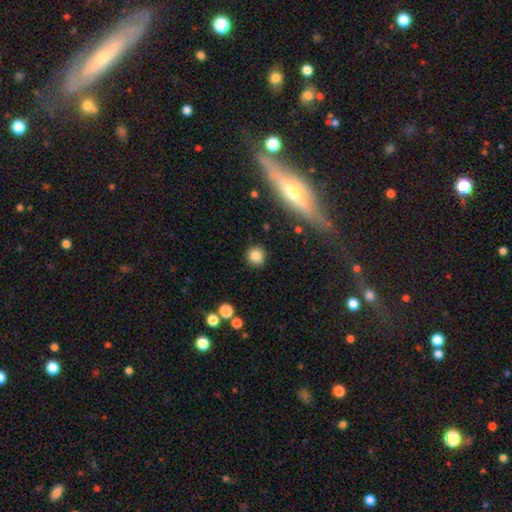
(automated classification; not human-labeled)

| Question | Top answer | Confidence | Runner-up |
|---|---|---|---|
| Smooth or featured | smooth | 82% | star or artifact (11%) |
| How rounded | round | 90% | in between (9%) |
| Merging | none | 89% | minor disturbance (7%) |